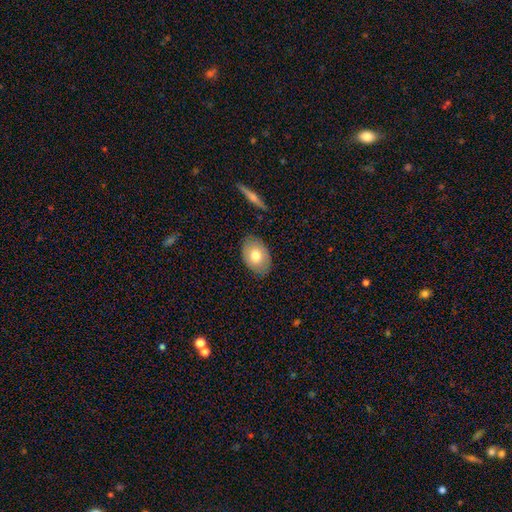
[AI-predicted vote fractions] smooth_or_featured: smooth (p=0.73) [alt: featured or disk p=0.20]
how_rounded: in between (p=0.86) [alt: round p=0.13]
merging: none (p=0.85) [alt: minor disturbance p=0.11]